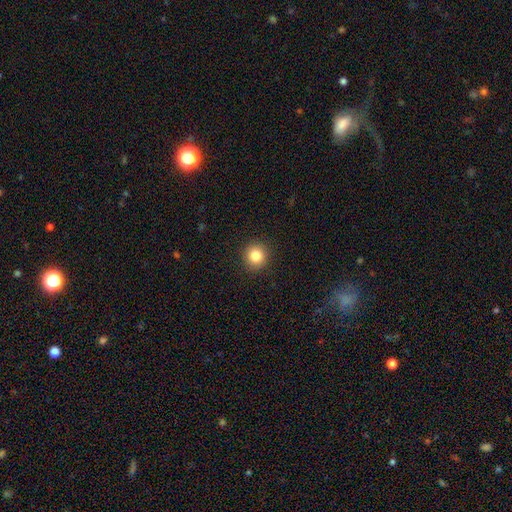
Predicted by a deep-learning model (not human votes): Smooth or featured?
  - smooth: 84% *
  - star or artifact: 11%
  - featured or disk: 6%
How rounded?
  - round: 92% *
  - in between: 7%
  - cigar-shaped: 1%
Merging?
  - none: 92% *
  - minor disturbance: 5%
  - major disturbance: 2%
  - merger: 1%